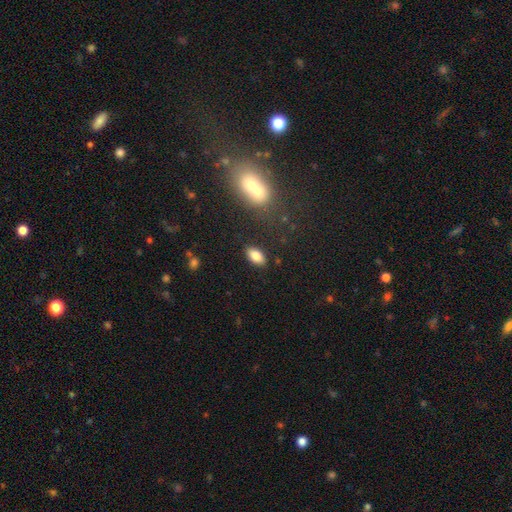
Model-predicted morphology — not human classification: Overall: smooth (83%). How rounded: in between (92%). Merging: none (86%).